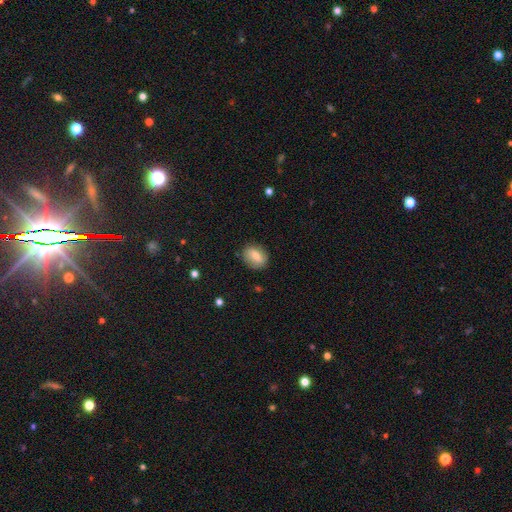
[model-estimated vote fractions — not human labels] Smooth or featured? Predicted: smooth (p=0.67). How rounded? Predicted: in between (p=0.56). Merging? Predicted: none (p=0.83).